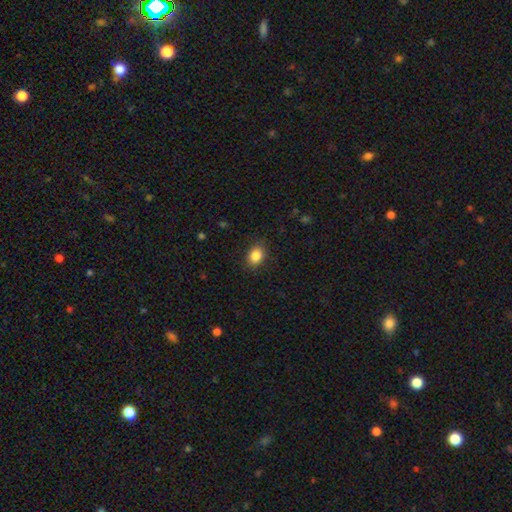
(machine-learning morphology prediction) type=smooth (86%); roundness=in between (65%); merging=none (86%).